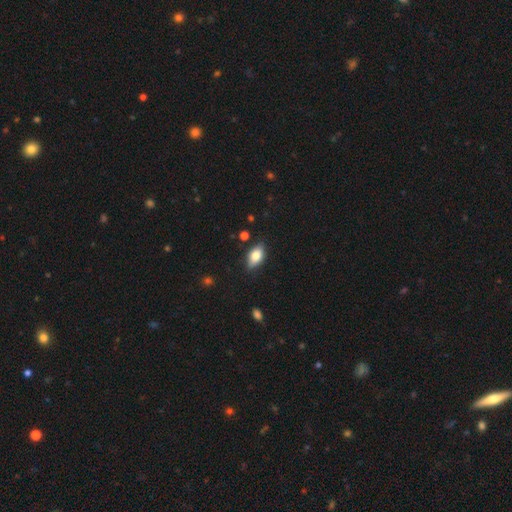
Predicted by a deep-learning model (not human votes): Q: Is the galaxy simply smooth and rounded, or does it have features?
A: smooth — 73%.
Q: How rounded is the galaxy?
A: in between — 87%.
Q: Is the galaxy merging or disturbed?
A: none — 78%.